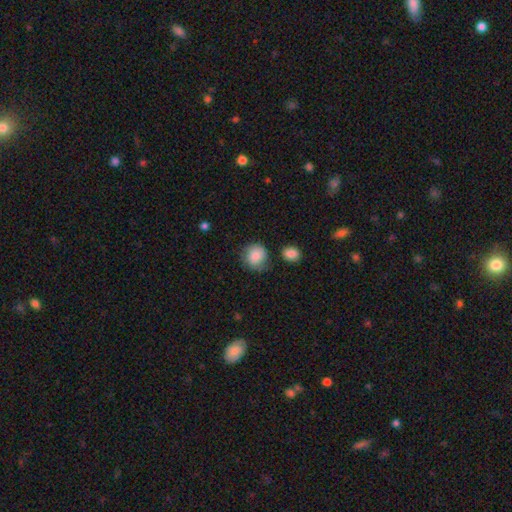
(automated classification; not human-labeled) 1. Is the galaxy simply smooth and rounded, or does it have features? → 80% smooth, 12% featured or disk, 8% star or artifact.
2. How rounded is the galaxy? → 84% round, 15% in between, 1% cigar-shaped.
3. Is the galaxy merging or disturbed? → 63% none, 24% minor disturbance, 8% major disturbance, 5% merger.